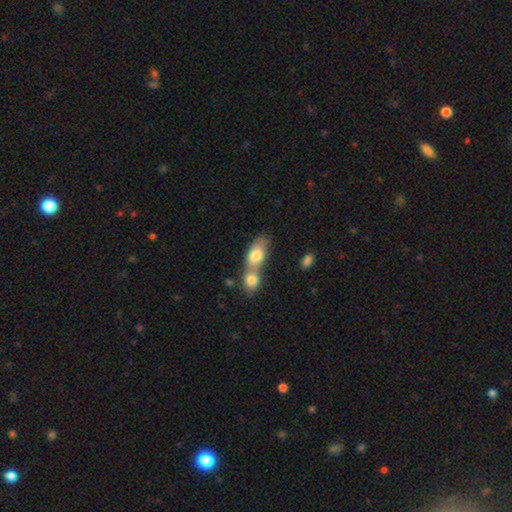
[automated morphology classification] Smooth or featured? smooth (77%)
How rounded? in between (81%)
Merging? merger (69%)